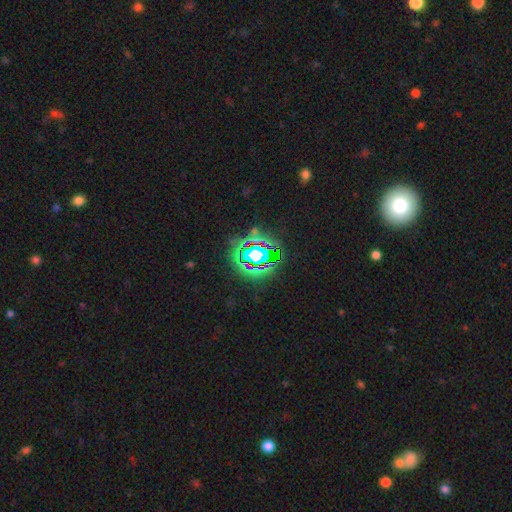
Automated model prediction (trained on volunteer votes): smooth_or_featured: star or artifact (p=0.71) [alt: smooth p=0.15]